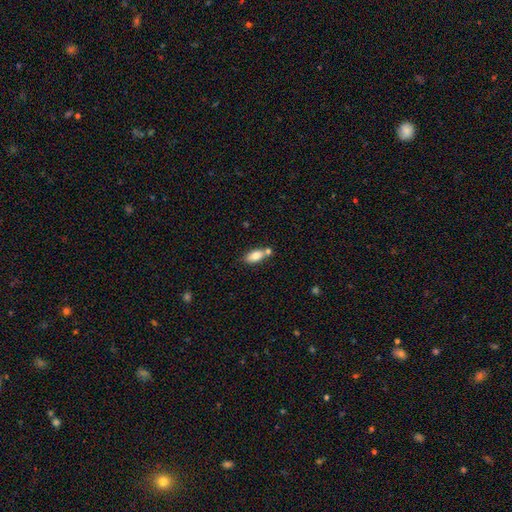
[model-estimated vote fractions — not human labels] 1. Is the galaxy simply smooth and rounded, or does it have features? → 80% smooth, 12% featured or disk, 8% star or artifact.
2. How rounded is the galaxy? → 86% in between, 11% cigar-shaped, 3% round.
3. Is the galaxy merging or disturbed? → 58% none, 26% merger, 13% minor disturbance, 4% major disturbance.